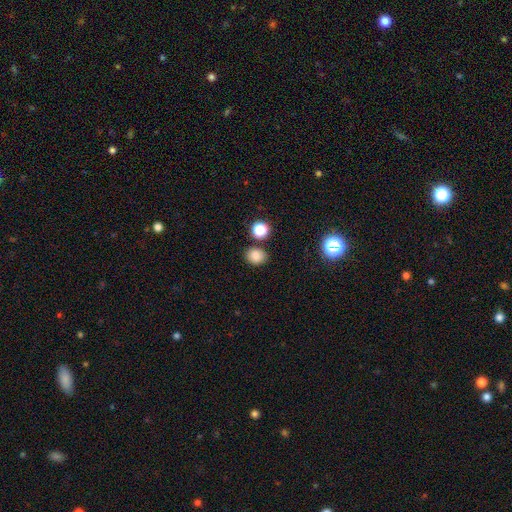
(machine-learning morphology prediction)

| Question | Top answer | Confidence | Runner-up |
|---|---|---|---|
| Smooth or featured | smooth | 81% | star or artifact (13%) |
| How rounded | round | 60% | in between (39%) |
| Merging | none | 80% | minor disturbance (10%) |